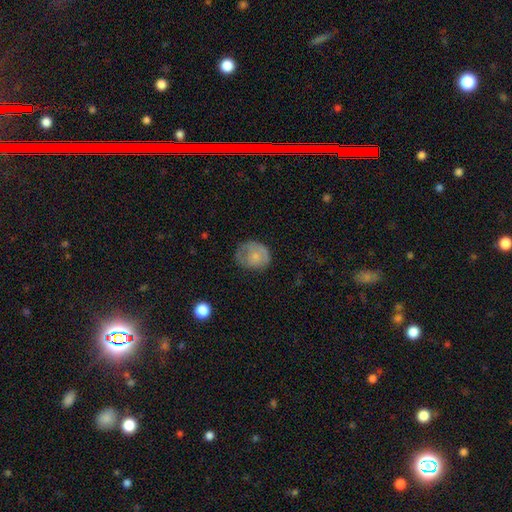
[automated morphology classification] type=smooth (67%); roundness=round (65%); merging=none (53%).